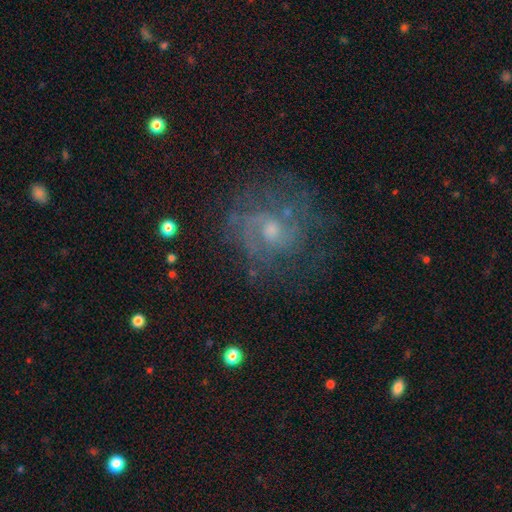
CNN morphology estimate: Q: Smooth or featured?
A: featured or disk (65%); runner-up: star or artifact (19%)
Q: Edge-on disk?
A: no (97%); runner-up: yes (3%)
Q: Bar?
A: no (60%); runner-up: weak (34%)
Q: Spiral arms?
A: yes (85%); runner-up: no (15%)
Q: Spiral winding?
A: tight (44%); runner-up: medium (40%)
Q: Spiral arm count?
A: can't tell (43%); runner-up: 2 (26%)
Q: Bulge size?
A: small (51%); runner-up: moderate (39%)
Q: Merging?
A: none (73%); runner-up: minor disturbance (14%)